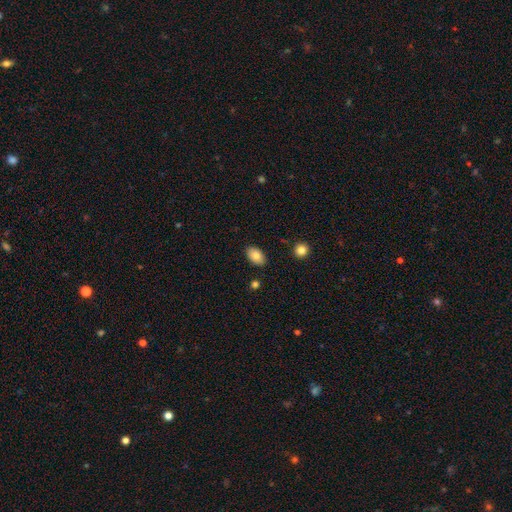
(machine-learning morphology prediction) Smooth or featured?
  - smooth: 84% *
  - featured or disk: 9%
  - star or artifact: 7%
How rounded?
  - in between: 91% *
  - round: 8%
  - cigar-shaped: 1%
Merging?
  - none: 87% *
  - minor disturbance: 9%
  - major disturbance: 2%
  - merger: 2%